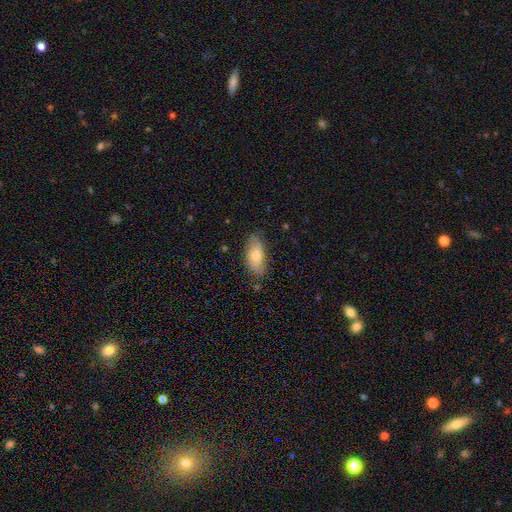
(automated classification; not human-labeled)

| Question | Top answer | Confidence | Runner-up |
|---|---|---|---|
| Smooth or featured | smooth | 67% | featured or disk (26%) |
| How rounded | in between | 89% | cigar-shaped (8%) |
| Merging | none | 78% | minor disturbance (18%) |